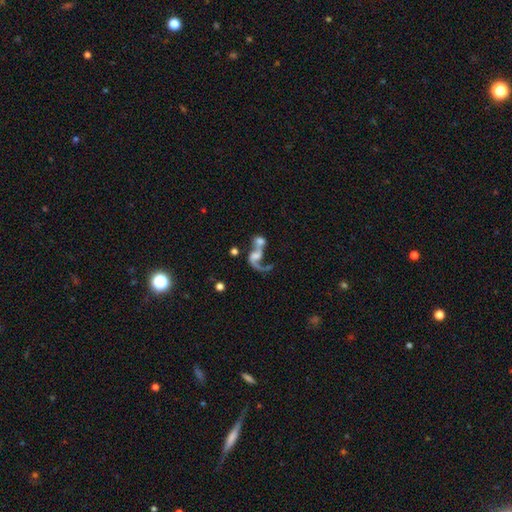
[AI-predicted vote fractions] Smooth or featured? Predicted: featured or disk (p=0.65). Edge-on disk? Predicted: no (p=0.96). Bar? Predicted: no (p=0.61). Spiral arms? Predicted: yes (p=0.75). Bulge size? Predicted: none (p=0.34). Merging? Predicted: merger (p=0.63).